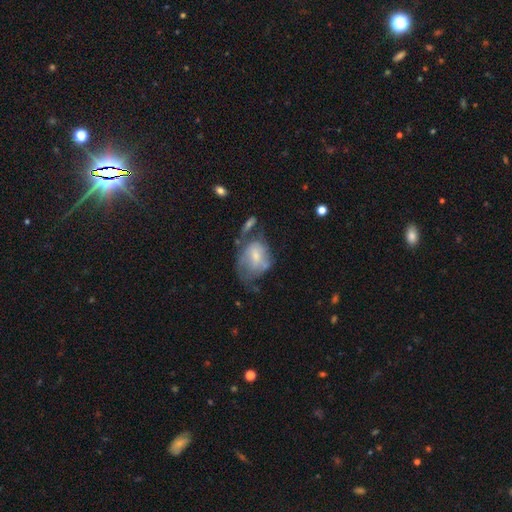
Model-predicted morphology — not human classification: Smooth or featured: smooth — 46% (tied with featured or disk — 46%)
Merging: major disturbance — 32% (none — 27%)